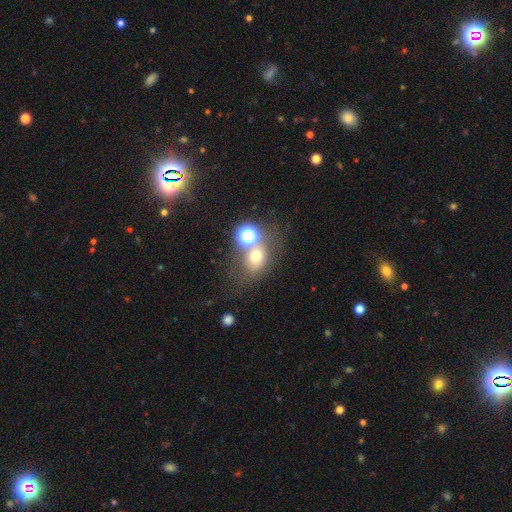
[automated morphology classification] The model was most divided on "how rounded": round: 57%, in between: 42%, cigar-shaped: 1%. Remaining: smooth or featured — smooth (61%); merging — none (49%).